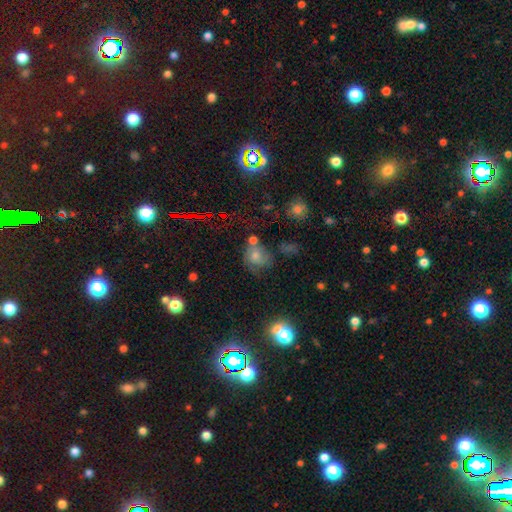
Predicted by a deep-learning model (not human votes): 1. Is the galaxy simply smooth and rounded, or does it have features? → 46% smooth, 35% featured or disk, 19% star or artifact.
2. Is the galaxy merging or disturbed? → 40% none, 24% minor disturbance, 19% major disturbance, 17% merger.